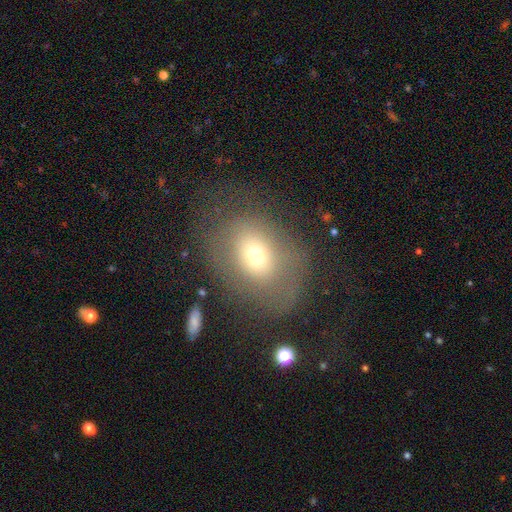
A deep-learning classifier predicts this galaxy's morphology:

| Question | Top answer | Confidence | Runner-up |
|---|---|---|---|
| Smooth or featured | smooth | 60% | featured or disk (27%) |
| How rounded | in between | 59% | round (40%) |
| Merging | none | 50% | major disturbance (26%) |